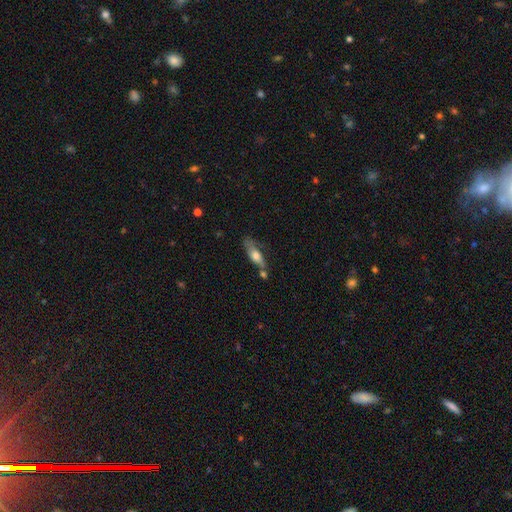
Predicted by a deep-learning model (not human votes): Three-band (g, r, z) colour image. It shows a smooth galaxy with no disk features (59%) that is in between round and cigar-shaped (62%). Merging: none (42%).